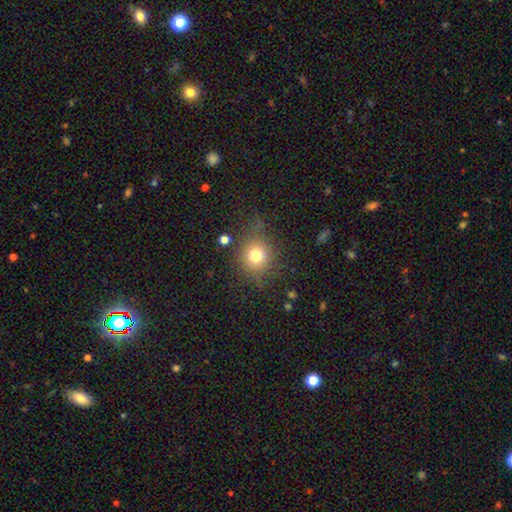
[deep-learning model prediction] A smooth galaxy with no disk features (75%) that is round (86%). Merging: none (74%).